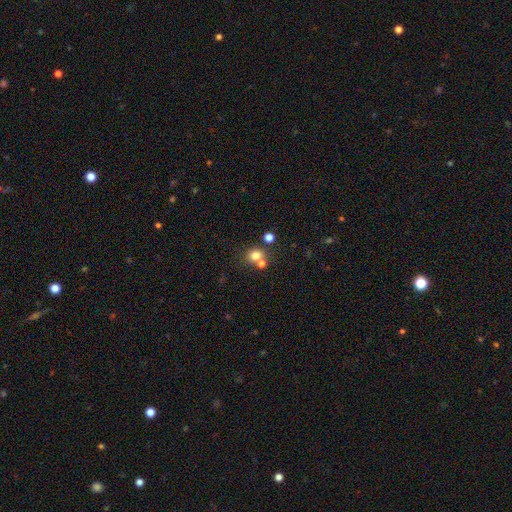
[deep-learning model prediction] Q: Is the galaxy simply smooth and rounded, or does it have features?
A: smooth — 75%.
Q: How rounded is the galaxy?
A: round — 75%.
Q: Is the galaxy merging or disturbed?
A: none — 56%.